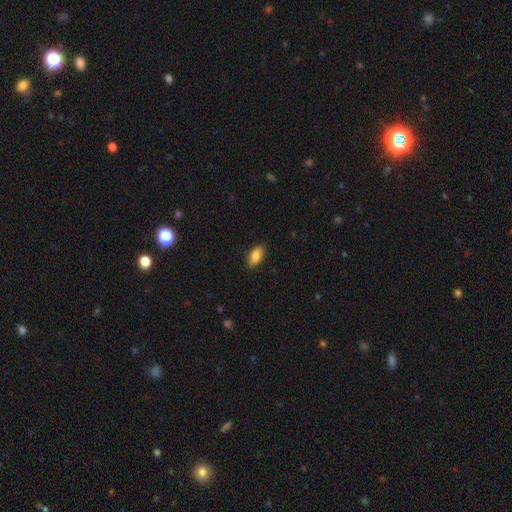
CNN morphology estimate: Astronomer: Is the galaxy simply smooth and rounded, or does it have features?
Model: smooth — 86%.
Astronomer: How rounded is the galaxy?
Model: in between — 91%.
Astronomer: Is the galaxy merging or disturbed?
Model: none — 87%.